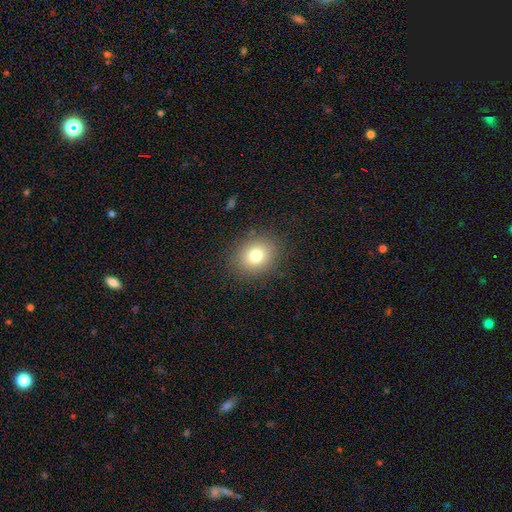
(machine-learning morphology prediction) smooth-or-featured: smooth: 77% | star or artifact: 12% | featured or disk: 11%
  how-rounded: round: 61% | in between: 38% | cigar-shaped: 1%
  merging: none: 86% | minor disturbance: 9% | major disturbance: 4% | merger: 1%